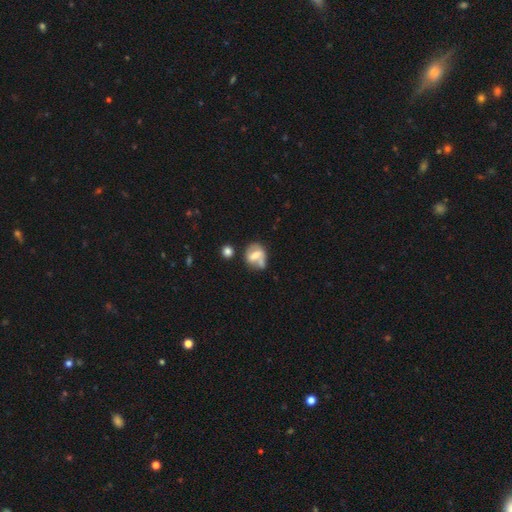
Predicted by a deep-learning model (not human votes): Smooth or featured? Predicted: smooth (p=0.45, tied with featured or disk). Merging? Predicted: none (p=0.42).